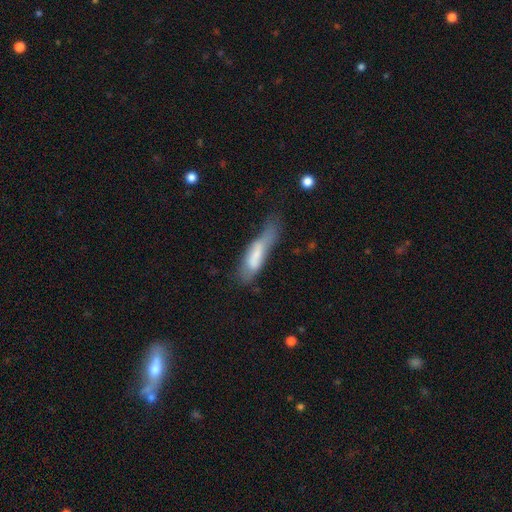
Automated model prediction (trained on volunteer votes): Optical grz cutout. It shows a smooth galaxy with no disk features (64%) that is cigar-shaped (60%). Merging: minor disturbance (34%).